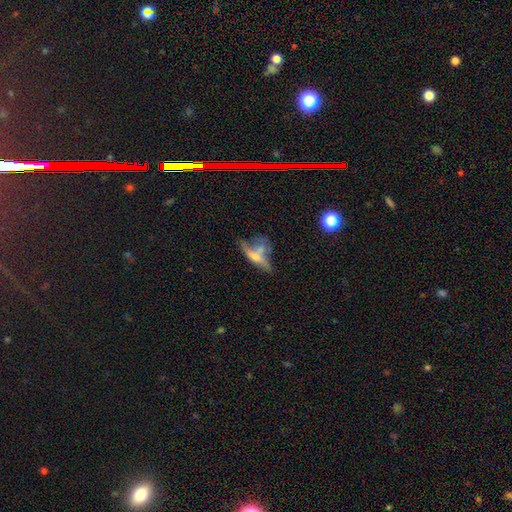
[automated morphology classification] Smooth or featured? Predicted: featured or disk (p=0.47). Merging? Predicted: merger (p=0.33).